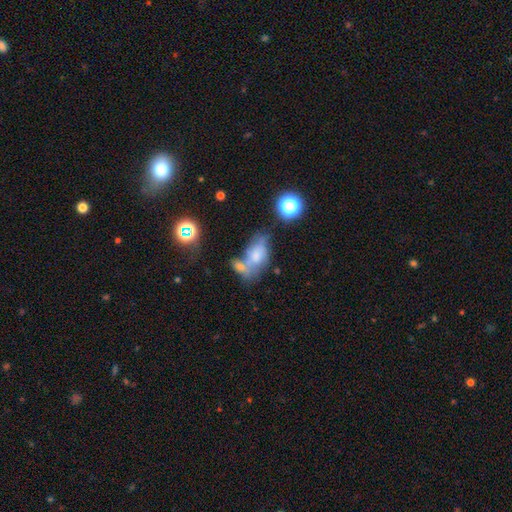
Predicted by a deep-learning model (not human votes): The model was most divided on "merging": merger: 40%, none: 26%, minor disturbance: 18%, major disturbance: 16%. More confident: how rounded — in between (86%); smooth or featured — smooth (51%).